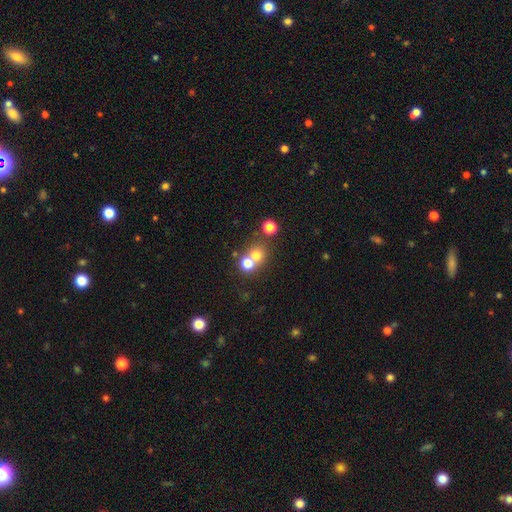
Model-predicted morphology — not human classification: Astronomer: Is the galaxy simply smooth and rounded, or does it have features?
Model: smooth — 71%.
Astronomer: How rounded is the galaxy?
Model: round — 83%.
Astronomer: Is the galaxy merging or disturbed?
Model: merger — 53% (runner-up: none, 39%).